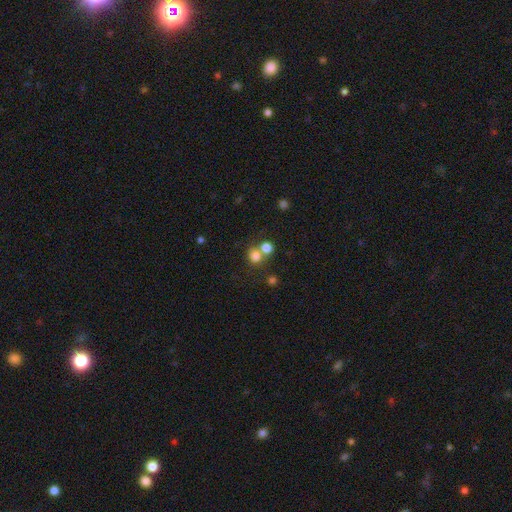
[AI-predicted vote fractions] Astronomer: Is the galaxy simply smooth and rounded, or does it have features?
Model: smooth — 78%.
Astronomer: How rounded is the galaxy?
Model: round — 76%.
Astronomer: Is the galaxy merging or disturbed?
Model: none — 51% (runner-up: merger, 37%).